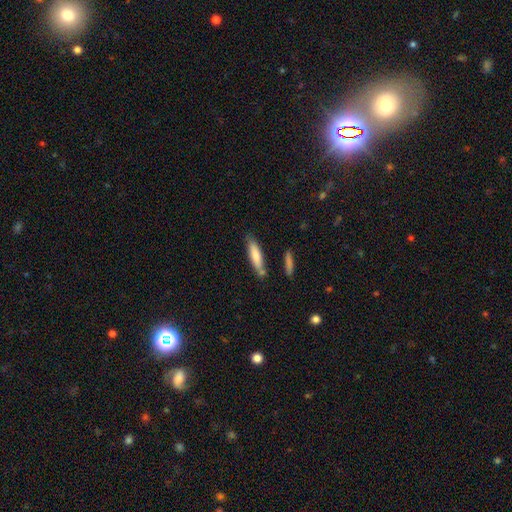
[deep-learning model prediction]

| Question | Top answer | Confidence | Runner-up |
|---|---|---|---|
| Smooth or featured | smooth | 77% | featured or disk (17%) |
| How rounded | cigar-shaped | 74% | in between (25%) |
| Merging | none | 72% | minor disturbance (15%) |